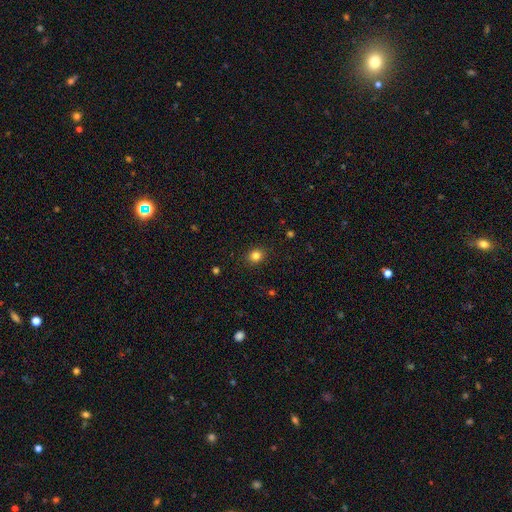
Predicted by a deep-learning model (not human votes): smooth-or-featured: smooth: 83% | star or artifact: 12% | featured or disk: 5%
  how-rounded: round: 71% | in between: 28% | cigar-shaped: 1%
  merging: none: 89% | minor disturbance: 7% | major disturbance: 2% | merger: 1%